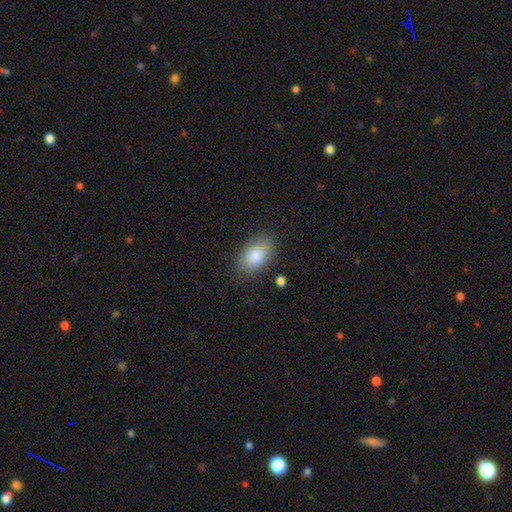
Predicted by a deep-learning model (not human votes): Morphology: type=smooth (77%); roundness=in between (88%); merging=none (77%).